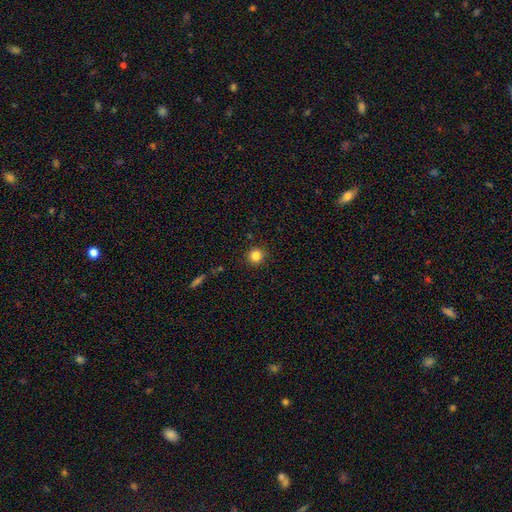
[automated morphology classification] A smooth galaxy with no disk features (83%) that is round (94%). Merging: none (91%).